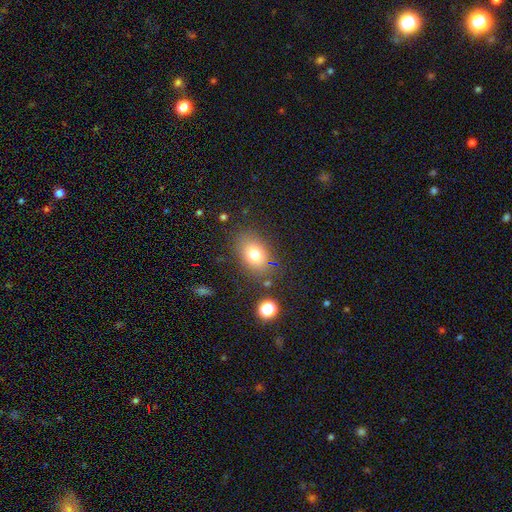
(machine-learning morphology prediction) This appears to be a smooth galaxy with no disk features (75%) that is in between round and cigar-shaped (76%). Merging: none (82%).